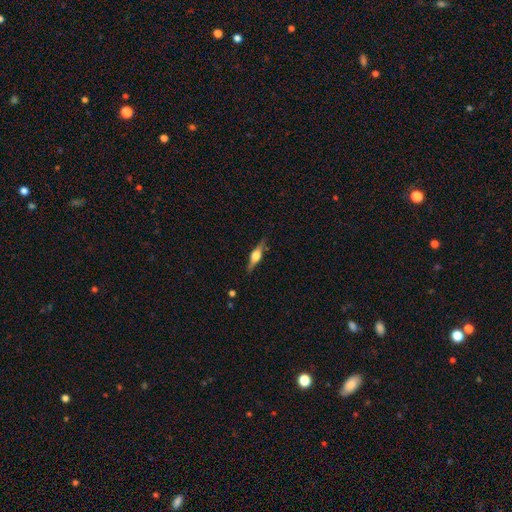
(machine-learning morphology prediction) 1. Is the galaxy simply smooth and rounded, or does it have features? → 70% featured or disk, 24% smooth, 6% star or artifact.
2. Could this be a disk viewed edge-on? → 97% yes, 3% no.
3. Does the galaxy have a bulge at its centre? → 90% rounded, 8% boxy, 2% none.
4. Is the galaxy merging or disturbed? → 85% none, 11% minor disturbance, 2% major disturbance, 1% merger.